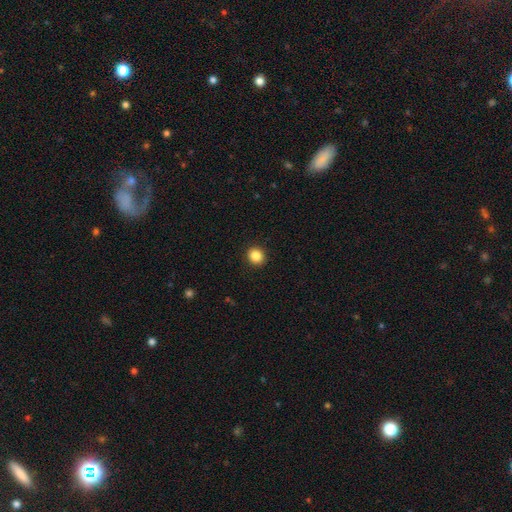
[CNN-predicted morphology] This appears to be a smooth galaxy with no disk features (86%) that is round (84%). Merging: none (92%).